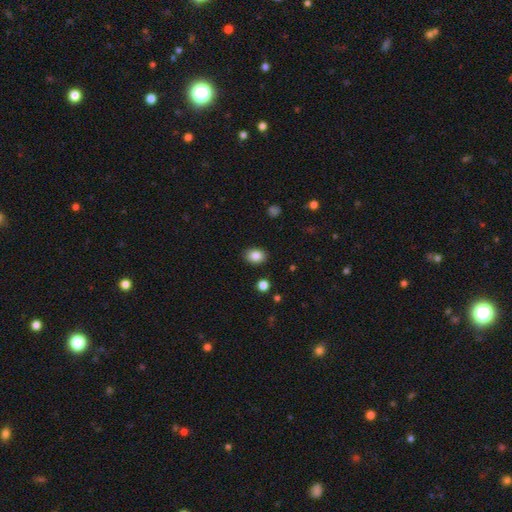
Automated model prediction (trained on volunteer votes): A smooth galaxy with no disk features (85%) that is in between round and cigar-shaped (63%). Merging: none (88%).